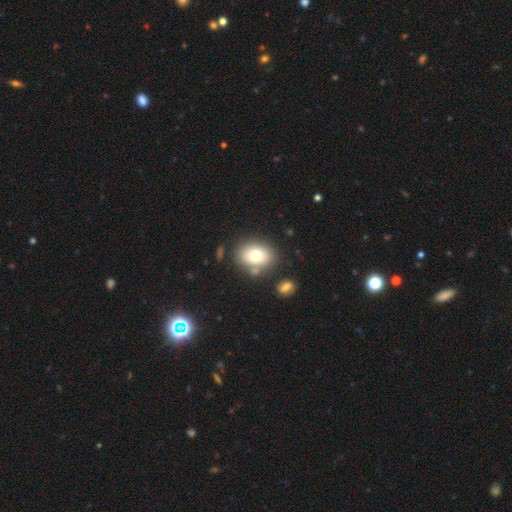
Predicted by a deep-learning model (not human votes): This appears to be a smooth galaxy with no disk features (73%) that is in between round and cigar-shaped (61%). Merging: none (72%).